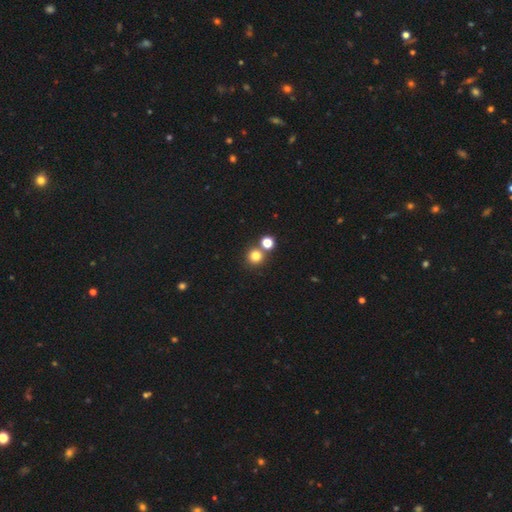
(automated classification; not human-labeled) A smooth galaxy with no disk features (79%) that is round (92%).

Vote fractions:
- Smooth or featured? smooth: 79% / star or artifact: 15% / featured or disk: 6%
- How rounded? round: 92% / in between: 7% / cigar-shaped: 1%
- Merging? none: 69% / merger: 21% / minor disturbance: 6% / major disturbance: 3%